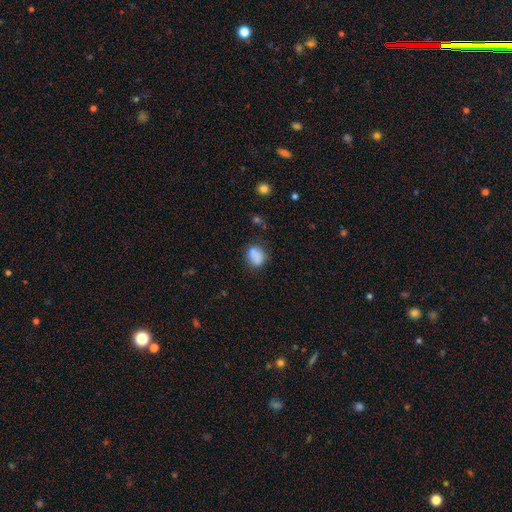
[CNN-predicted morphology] smooth-or-featured: smooth: 80% | star or artifact: 10% | featured or disk: 10%
  how-rounded: round: 52% | in between: 47% | cigar-shaped: 1%
  merging: none: 57% | minor disturbance: 19% | merger: 17% | major disturbance: 6%